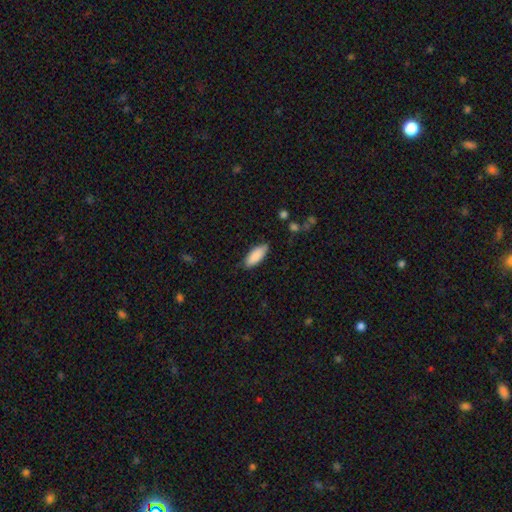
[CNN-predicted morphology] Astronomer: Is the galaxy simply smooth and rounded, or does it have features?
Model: smooth — 89%.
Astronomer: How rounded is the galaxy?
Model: in between — 78%.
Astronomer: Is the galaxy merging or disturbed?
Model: none — 84%.